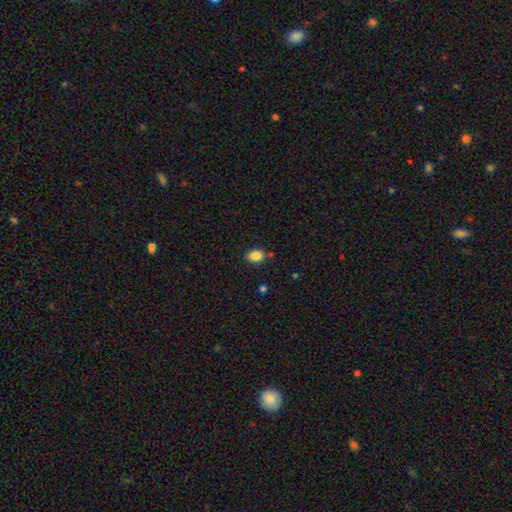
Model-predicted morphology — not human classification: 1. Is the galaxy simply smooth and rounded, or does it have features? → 86% smooth, 9% star or artifact, 5% featured or disk.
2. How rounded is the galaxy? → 72% in between, 27% round, 1% cigar-shaped.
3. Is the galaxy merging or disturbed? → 81% none, 12% minor disturbance, 4% merger, 3% major disturbance.